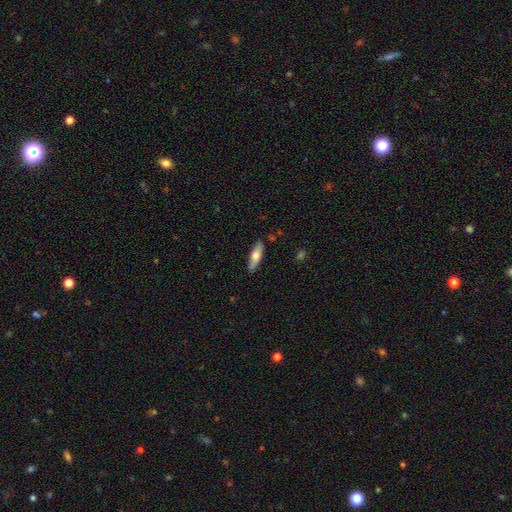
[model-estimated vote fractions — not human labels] Smooth or featured?
  - smooth: 64% *
  - featured or disk: 30%
  - star or artifact: 6%
How rounded?
  - cigar-shaped: 59% *
  - in between: 39%
  - round: 2%
Merging?
  - none: 85% *
  - minor disturbance: 11%
  - major disturbance: 2%
  - merger: 2%